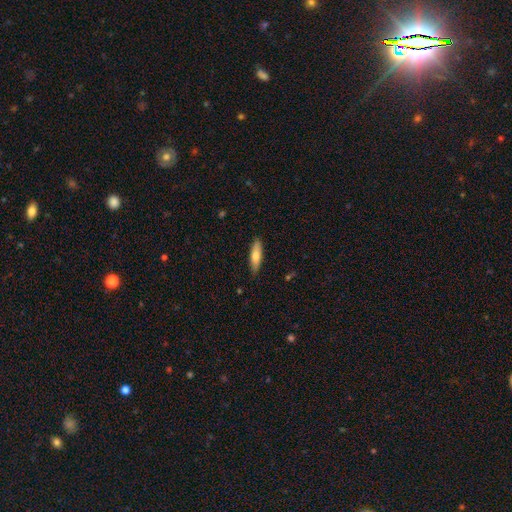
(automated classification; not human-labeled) Smooth or featured? Predicted: smooth (p=0.71). How rounded? Predicted: cigar-shaped (p=0.64). Merging? Predicted: none (p=0.86).